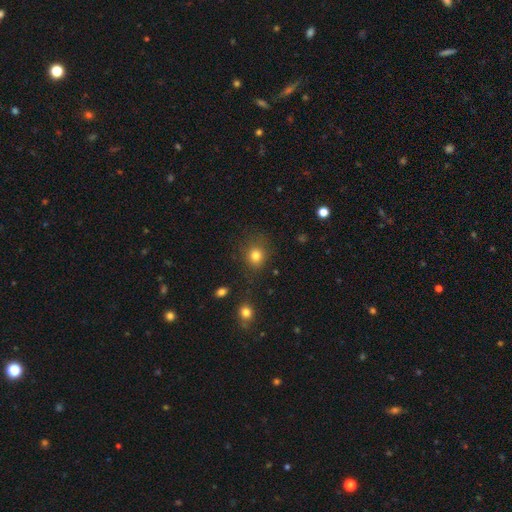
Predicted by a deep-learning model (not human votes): smooth-or-featured: smooth: 80% | star or artifact: 13% | featured or disk: 6%
  how-rounded: round: 78% | in between: 21% | cigar-shaped: 1%
  merging: none: 80% | minor disturbance: 13% | major disturbance: 5% | merger: 3%